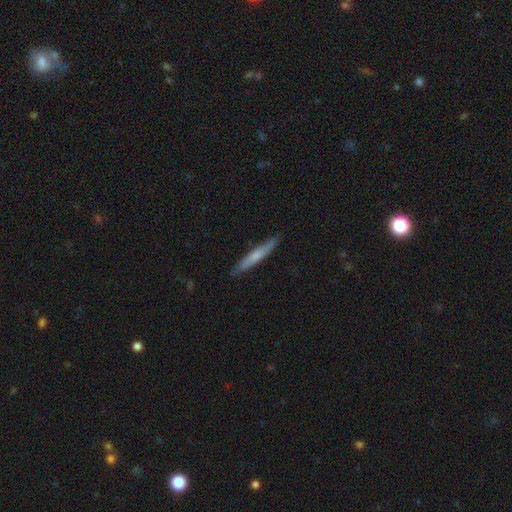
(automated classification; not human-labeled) smooth 59%, featured or disk 36%, star or artifact 5%. Down the decision tree: how rounded — cigar-shaped (95%); merging — none (87%).